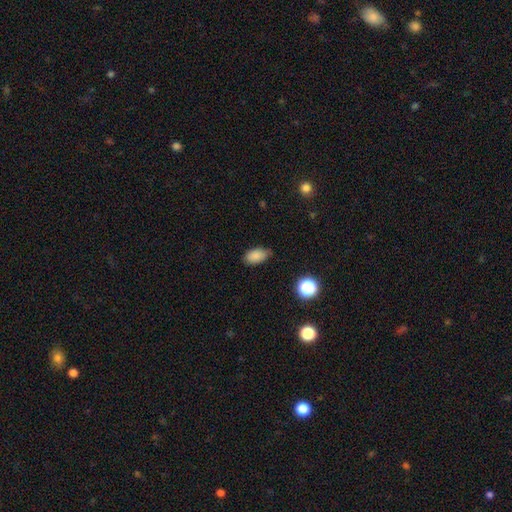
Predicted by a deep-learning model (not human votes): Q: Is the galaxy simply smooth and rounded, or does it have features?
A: smooth — 85%.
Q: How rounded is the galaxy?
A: in between — 91%.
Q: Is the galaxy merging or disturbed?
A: none — 76%.